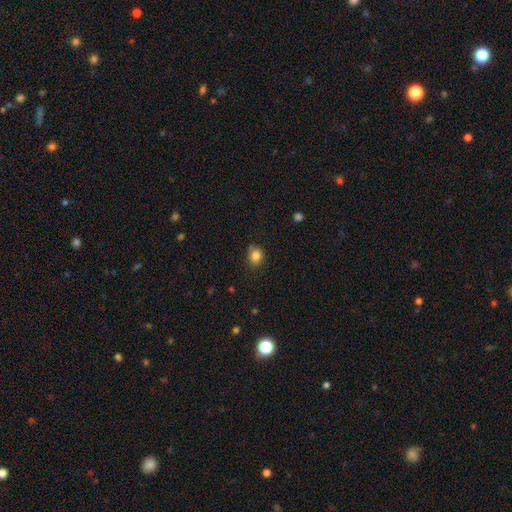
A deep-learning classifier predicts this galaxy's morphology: A smooth galaxy with no disk features (82%) that is round (61%).

Vote fractions:
- Smooth or featured? smooth: 82% / star or artifact: 11% / featured or disk: 7%
- How rounded? round: 61% / in between: 38% / cigar-shaped: 1%
- Merging? none: 71% / minor disturbance: 19% / merger: 7% / major disturbance: 4%